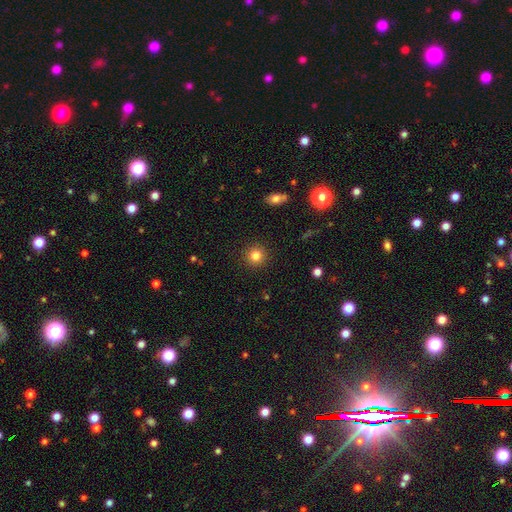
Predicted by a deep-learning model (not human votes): smooth-or-featured: smooth: 82% | star or artifact: 12% | featured or disk: 6%
  how-rounded: round: 94% | in between: 5% | cigar-shaped: 1%
  merging: none: 92% | minor disturbance: 5% | major disturbance: 2% | merger: 1%